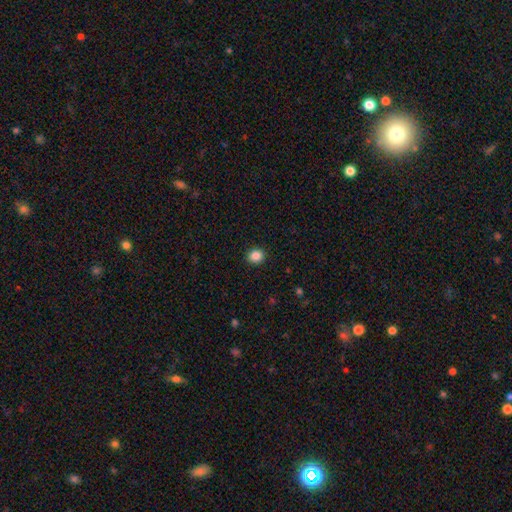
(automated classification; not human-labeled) smooth-or-featured: smooth: 86% | star or artifact: 10% | featured or disk: 3%
  how-rounded: round: 76% | in between: 23% | cigar-shaped: 1%
  merging: none: 92% | minor disturbance: 6% | major disturbance: 2% | merger: 1%